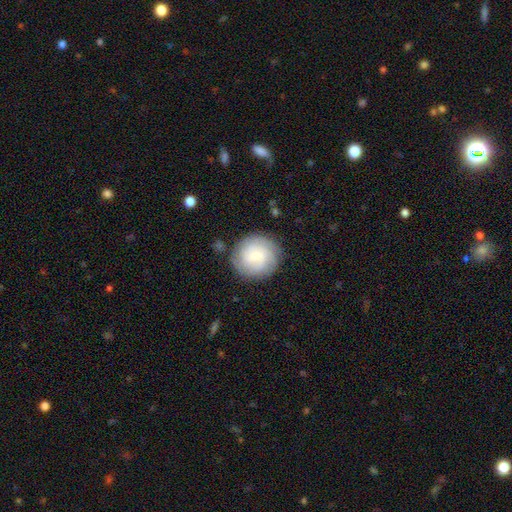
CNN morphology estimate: Smooth or featured? Predicted: featured or disk (p=0.48). Merging? Predicted: none (p=0.82).